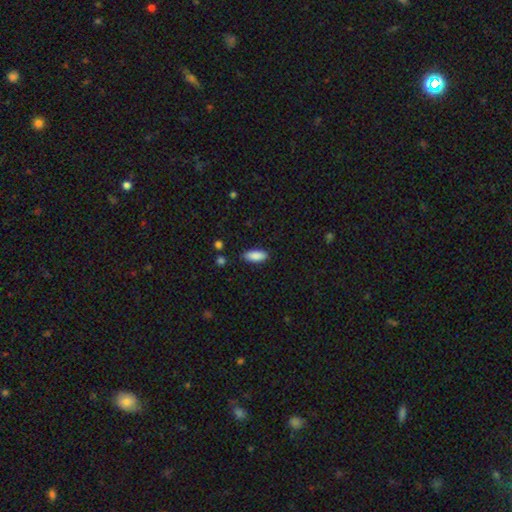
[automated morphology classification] The model was most divided on "how rounded": in between: 80%, cigar-shaped: 19%, round: 2%. More confident: smooth or featured — smooth (89%); merging — none (87%).